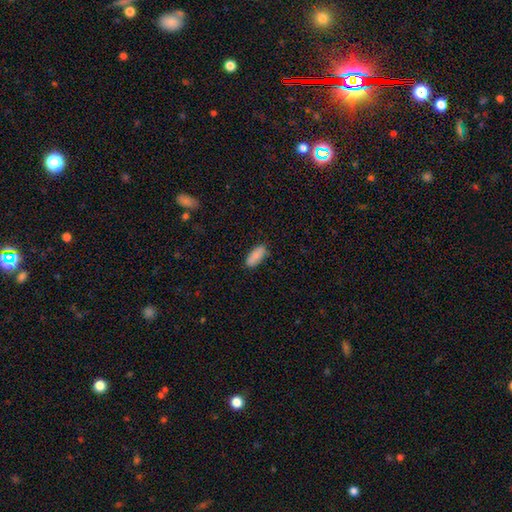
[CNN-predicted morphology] A smooth galaxy with no disk features (88%) that is in between round and cigar-shaped (85%).

Vote fractions:
- Smooth or featured? smooth: 88% / star or artifact: 6% / featured or disk: 5%
- How rounded? in between: 85% / cigar-shaped: 13% / round: 2%
- Merging? none: 86% / minor disturbance: 11% / major disturbance: 2% / merger: 1%